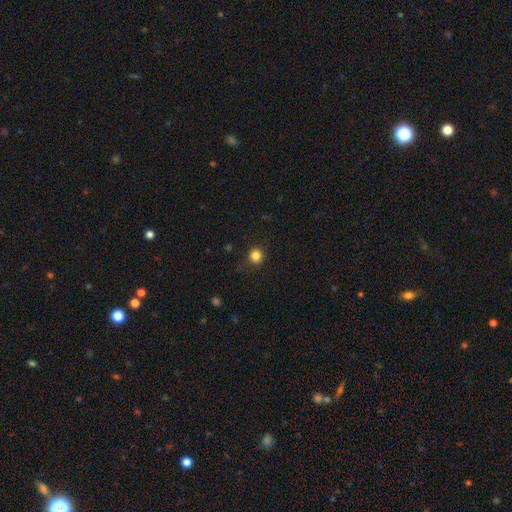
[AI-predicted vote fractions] This is clearly a smooth galaxy (84%). How rounded: clearly round (92%). Merging: clearly none (88%).